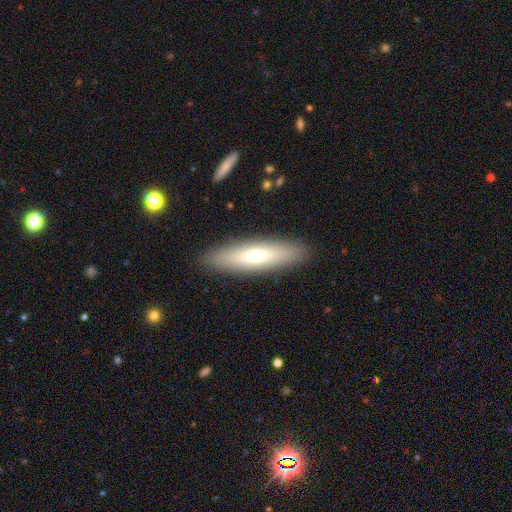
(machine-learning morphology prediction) Smooth or featured? Predicted: smooth (p=0.61). How rounded? Predicted: cigar-shaped (p=0.66). Merging? Predicted: none (p=0.89).